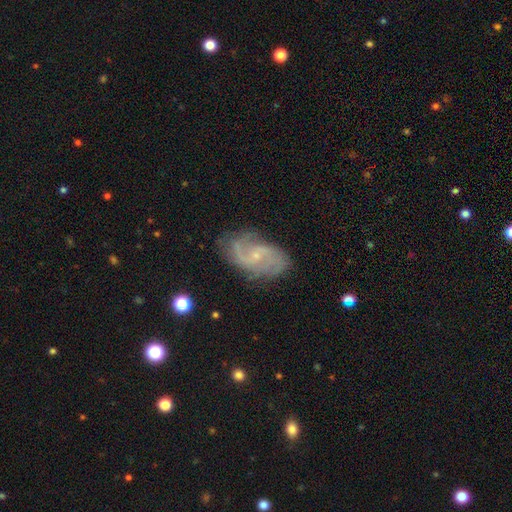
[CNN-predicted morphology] The model was most divided on "spiral winding": medium: 44%, loose: 34%, tight: 22%. More confident: edge-on disk — no (96%); spiral arms — yes (95%); smooth or featured — featured or disk (82%); bulge size — small (79%); merging — none (75%); spiral arm count — 2 (63%); bar — no (52%).